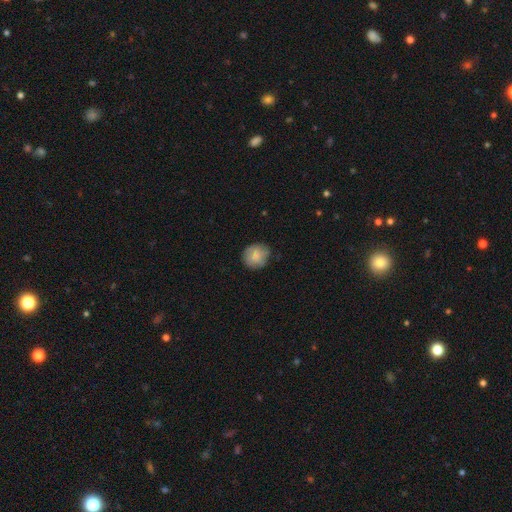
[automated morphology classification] Q: Smooth or featured?
A: smooth (80%); runner-up: featured or disk (13%)
Q: How rounded?
A: round (80%); runner-up: in between (19%)
Q: Merging?
A: none (75%); runner-up: minor disturbance (19%)